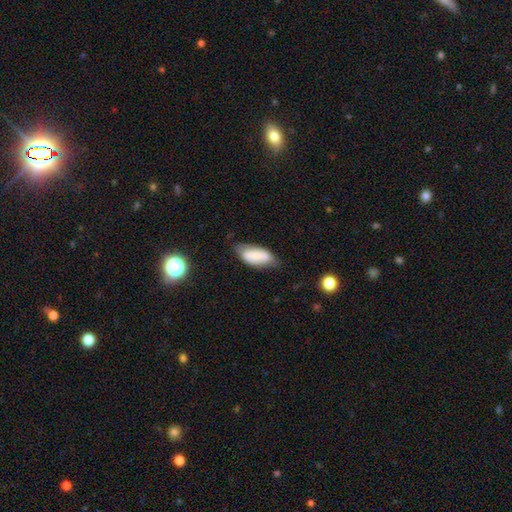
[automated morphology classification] A smooth galaxy with no disk features (74%) that is in between round and cigar-shaped (89%).

Vote fractions:
- Smooth or featured? smooth: 74% / featured or disk: 19% / star or artifact: 7%
- How rounded? in between: 89% / cigar-shaped: 9% / round: 2%
- Merging? none: 57% / minor disturbance: 32% / major disturbance: 8% / merger: 3%